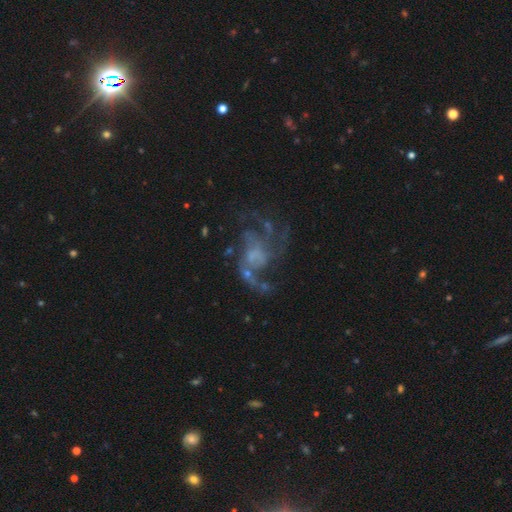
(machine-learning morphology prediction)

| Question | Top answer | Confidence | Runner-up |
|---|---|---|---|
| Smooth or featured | featured or disk | 80% | star or artifact (12%) |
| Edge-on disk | no | 98% | yes (2%) |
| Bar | no | 65% | weak (29%) |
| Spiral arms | yes | 86% | no (14%) |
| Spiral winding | loose | 44% | medium (41%) |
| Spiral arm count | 3 | 26% | can't tell (24%) |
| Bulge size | none | 42% | small (29%) |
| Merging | none | 49% | major disturbance (31%) |